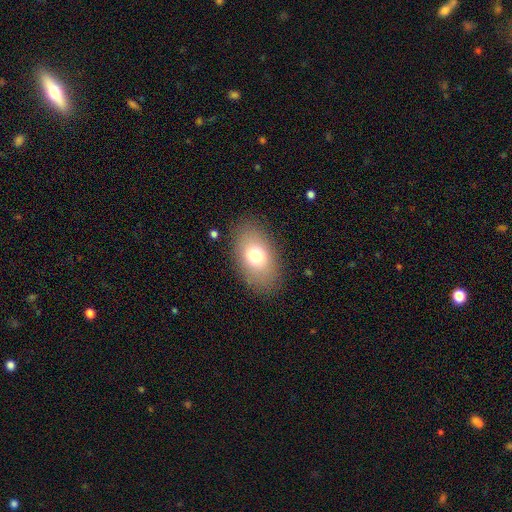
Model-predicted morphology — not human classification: A smooth galaxy with no disk features (72%) that is in between round and cigar-shaped (87%).

Vote fractions:
- Smooth or featured? smooth: 72% / featured or disk: 17% / star or artifact: 11%
- How rounded? in between: 87% / round: 12% / cigar-shaped: 2%
- Merging? none: 84% / minor disturbance: 10% / major disturbance: 5% / merger: 1%